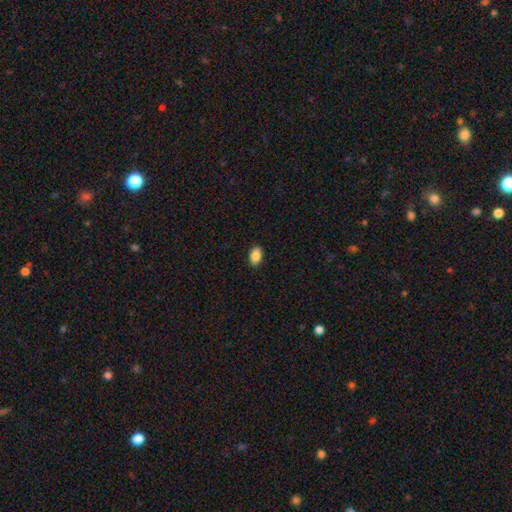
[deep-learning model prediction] Smooth or featured?
  - smooth: 88% *
  - star or artifact: 8%
  - featured or disk: 5%
How rounded?
  - in between: 90% *
  - round: 8%
  - cigar-shaped: 2%
Merging?
  - none: 90% *
  - minor disturbance: 8%
  - major disturbance: 2%
  - merger: 1%